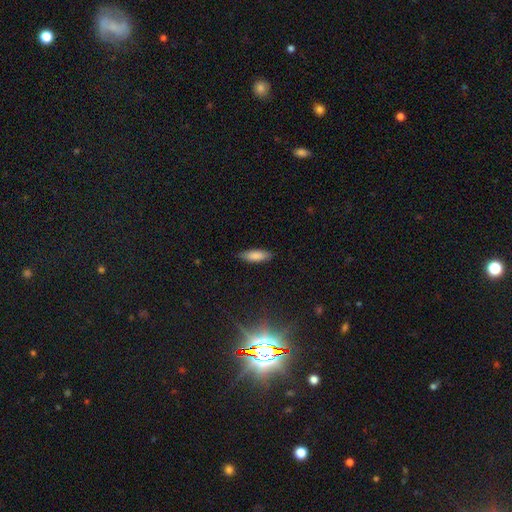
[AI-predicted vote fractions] Smooth or featured?
  - smooth: 85% *
  - featured or disk: 8%
  - star or artifact: 7%
How rounded?
  - in between: 60% *
  - cigar-shaped: 38%
  - round: 2%
Merging?
  - none: 85% *
  - minor disturbance: 12%
  - major disturbance: 2%
  - merger: 1%